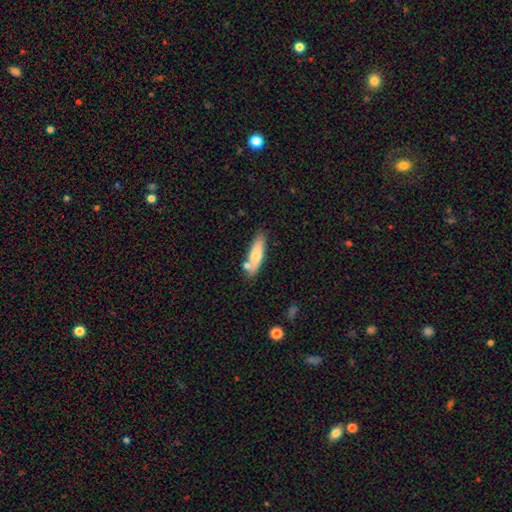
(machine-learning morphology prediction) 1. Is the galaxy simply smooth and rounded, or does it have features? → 70% smooth, 24% featured or disk, 6% star or artifact.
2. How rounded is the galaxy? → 60% cigar-shaped, 38% in between, 2% round.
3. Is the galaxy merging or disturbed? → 71% none, 14% minor disturbance, 12% merger, 3% major disturbance.